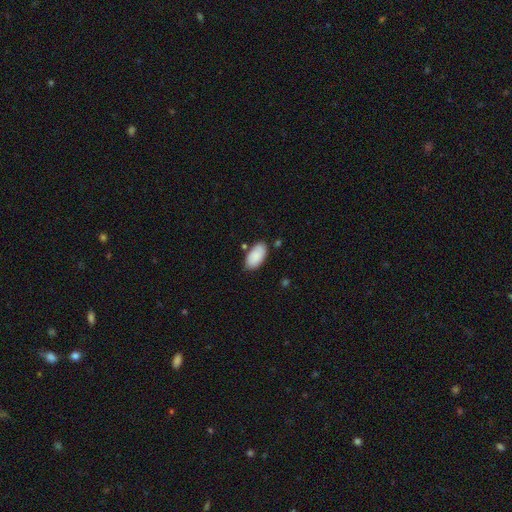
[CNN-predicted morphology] This appears to be a smooth galaxy with no disk features (88%) that is in between round and cigar-shaped (95%). Merging: none (77%).